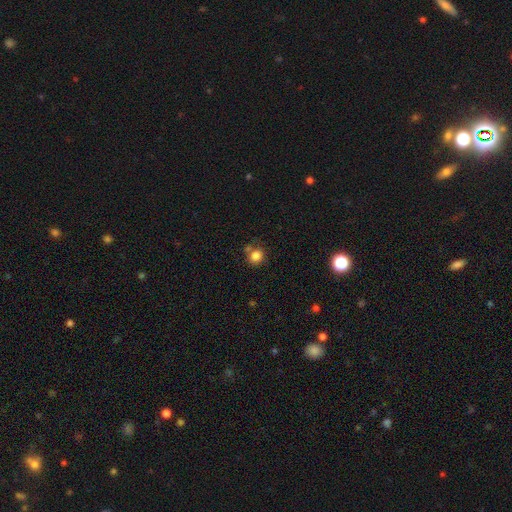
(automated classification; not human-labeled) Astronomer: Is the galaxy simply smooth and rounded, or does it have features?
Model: smooth — 83%.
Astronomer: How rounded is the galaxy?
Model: round — 77%.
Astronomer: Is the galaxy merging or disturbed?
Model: none — 64%.